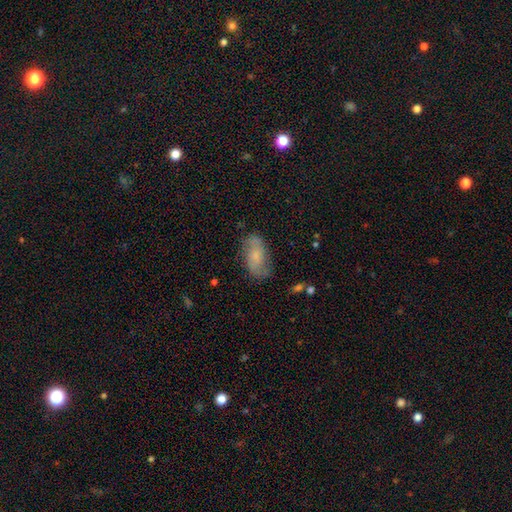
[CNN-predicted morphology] Smooth or featured? Predicted: featured or disk (p=0.46). Merging? Predicted: none (p=0.72).